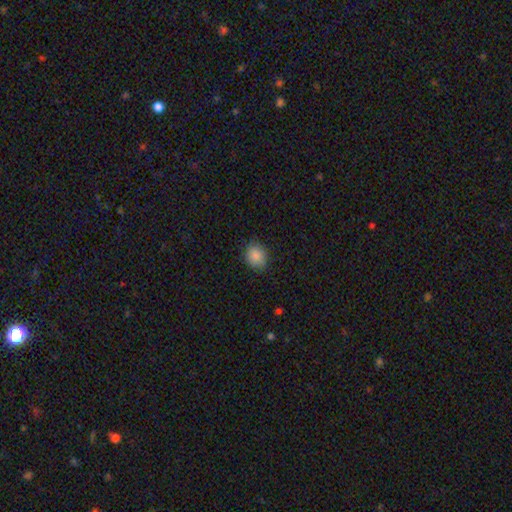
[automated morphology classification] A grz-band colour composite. It shows a smooth galaxy with no disk features (87%) that is round (67%). Merging: none (84%).